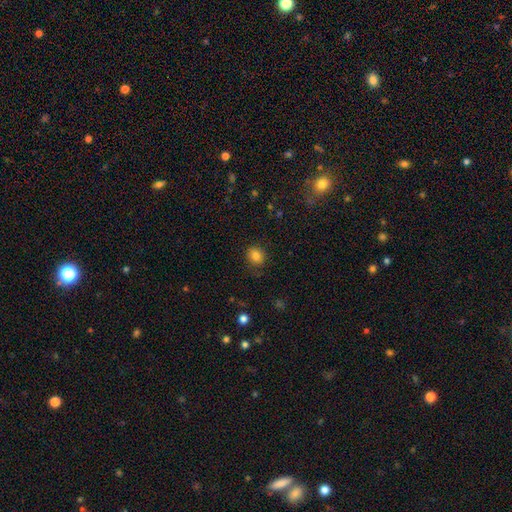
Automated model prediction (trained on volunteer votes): Q: Smooth or featured?
A: smooth (84%); runner-up: star or artifact (11%)
Q: How rounded?
A: round (73%); runner-up: in between (26%)
Q: Merging?
A: none (83%); runner-up: minor disturbance (12%)